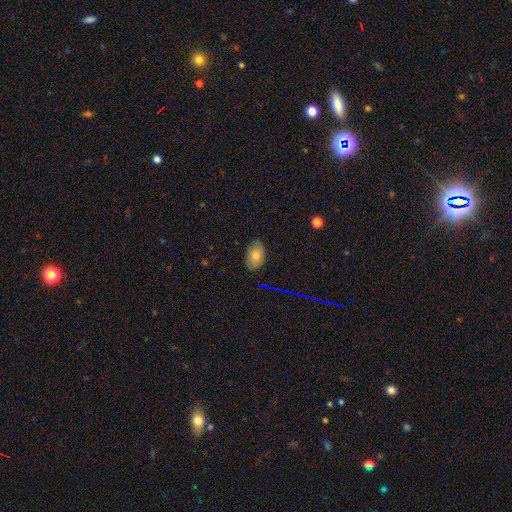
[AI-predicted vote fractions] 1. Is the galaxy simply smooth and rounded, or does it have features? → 78% smooth, 12% featured or disk, 10% star or artifact.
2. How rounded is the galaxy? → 88% in between, 10% round, 1% cigar-shaped.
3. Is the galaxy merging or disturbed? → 81% none, 15% minor disturbance, 3% major disturbance, 1% merger.